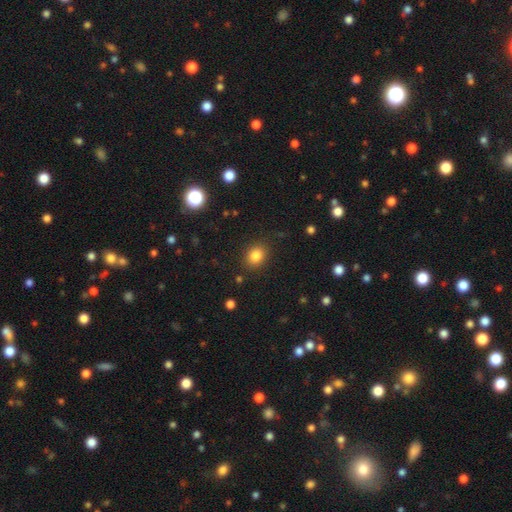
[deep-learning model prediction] Smooth or featured? Predicted: smooth (p=0.83). How rounded? Predicted: round (p=0.54). Merging? Predicted: none (p=0.86).